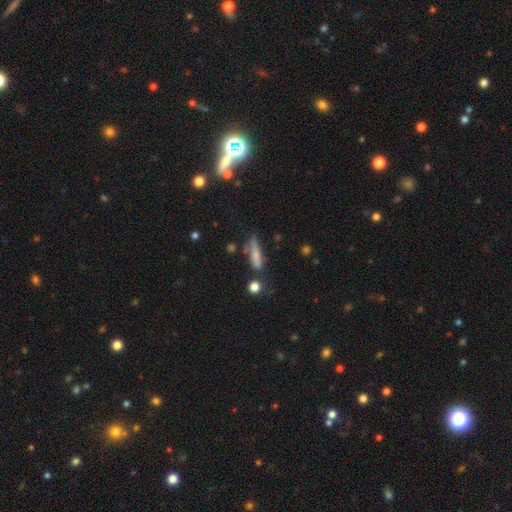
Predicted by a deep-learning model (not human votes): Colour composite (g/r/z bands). It shows a smooth galaxy with no disk features (67%) that is cigar-shaped (71%). Merging: none (53%).